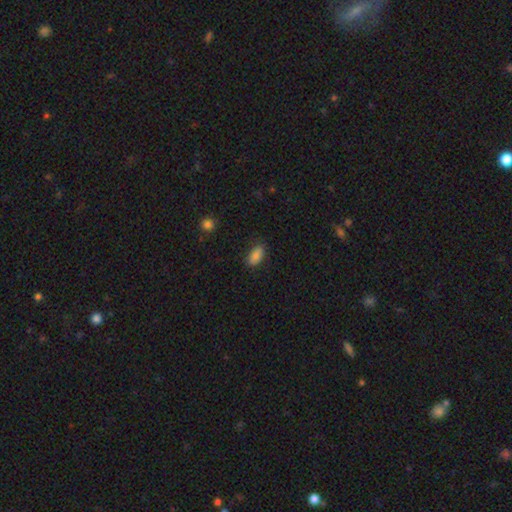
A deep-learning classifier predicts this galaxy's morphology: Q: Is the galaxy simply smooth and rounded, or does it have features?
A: smooth — 85%.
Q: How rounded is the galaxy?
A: in between — 91%.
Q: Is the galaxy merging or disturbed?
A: none — 79%.